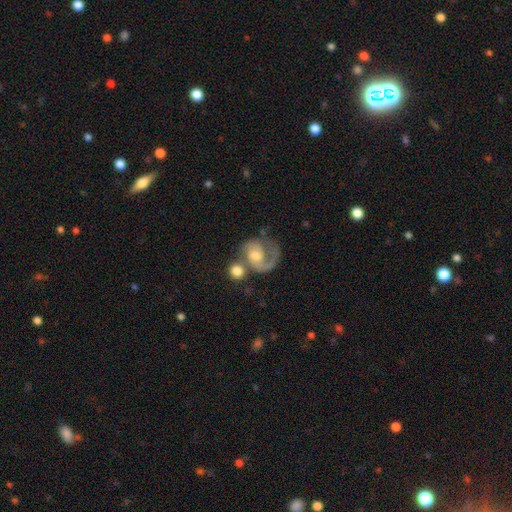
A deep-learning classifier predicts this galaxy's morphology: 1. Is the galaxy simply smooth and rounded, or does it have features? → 80% featured or disk, 14% smooth, 6% star or artifact.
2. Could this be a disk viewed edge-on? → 98% no, 2% yes.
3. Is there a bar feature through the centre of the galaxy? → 60% no, 34% weak, 7% strong.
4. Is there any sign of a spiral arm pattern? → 93% yes, 7% no.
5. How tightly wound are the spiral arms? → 44% medium, 36% tight, 20% loose.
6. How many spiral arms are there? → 49% 1, 41% 2, 6% can't tell, 2% 3, 1% 4, 1% more than 4.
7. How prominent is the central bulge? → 54% moderate, 33% small, 7% large, 5% none, 1% dominant.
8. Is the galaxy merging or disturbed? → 44% none, 20% merger, 19% major disturbance, 17% minor disturbance.